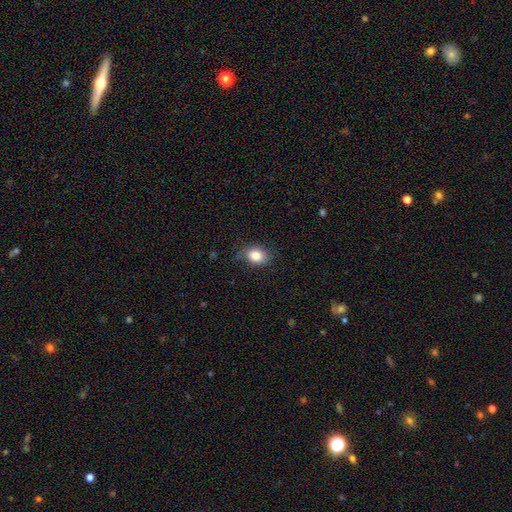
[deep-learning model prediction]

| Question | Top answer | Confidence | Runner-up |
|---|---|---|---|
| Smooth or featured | smooth | 84% | star or artifact (9%) |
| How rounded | in between | 65% | round (34%) |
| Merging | none | 76% | minor disturbance (19%) |